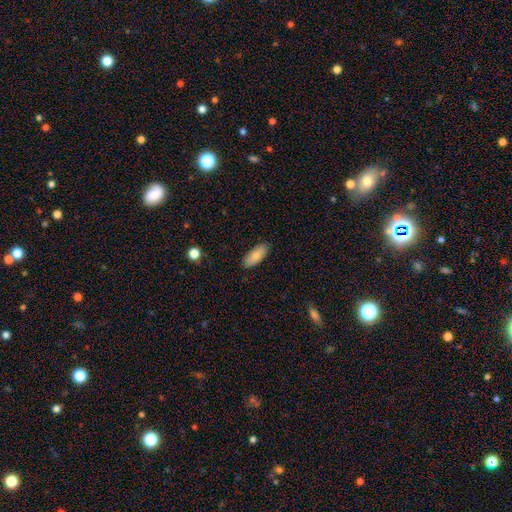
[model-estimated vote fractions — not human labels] Q: Smooth or featured?
A: smooth (82%); runner-up: featured or disk (12%)
Q: How rounded?
A: in between (81%); runner-up: cigar-shaped (17%)
Q: Merging?
A: none (88%); runner-up: minor disturbance (9%)